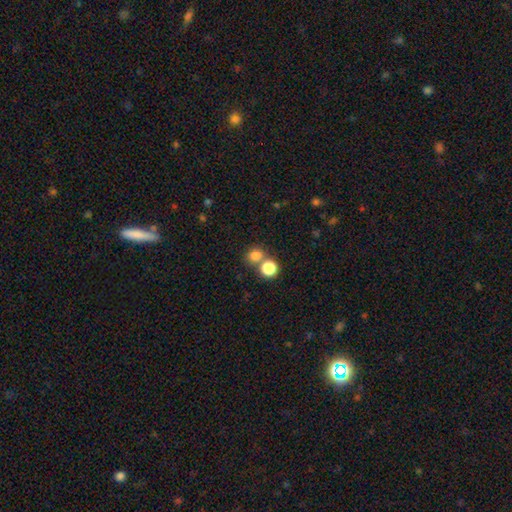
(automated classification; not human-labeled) The model was most divided on "merging": none: 58%, merger: 32%, minor disturbance: 7%, major disturbance: 3%. More confident: how rounded — round (81%); smooth or featured — smooth (80%).